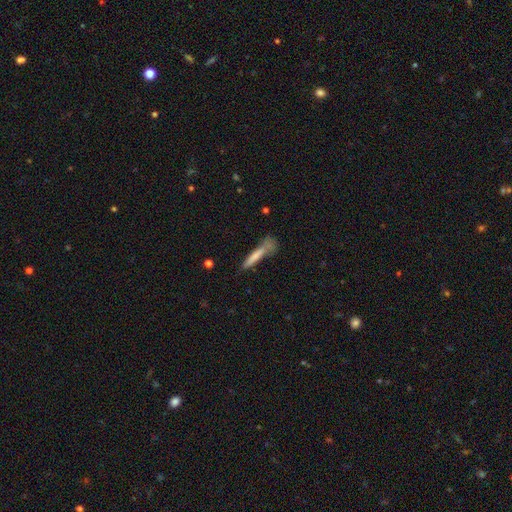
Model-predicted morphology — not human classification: type=smooth (72%); roundness=cigar-shaped (93%); merging=none (59%).